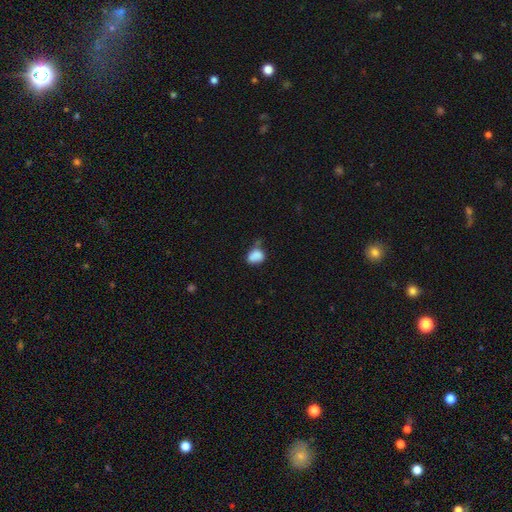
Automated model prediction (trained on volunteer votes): This appears to be a smooth galaxy with no disk features (83%) that is in between round and cigar-shaped (68%). Merging: minor disturbance (39%).